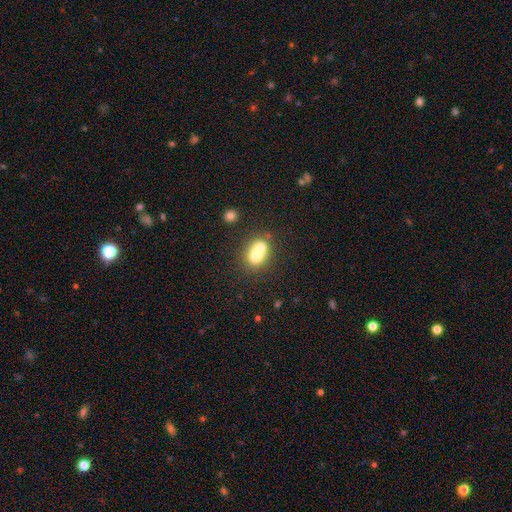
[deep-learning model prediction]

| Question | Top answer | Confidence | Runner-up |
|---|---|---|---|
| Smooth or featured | smooth | 66% | featured or disk (24%) |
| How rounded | round | 51% | in between (47%) |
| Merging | merger | 66% | none (23%) |